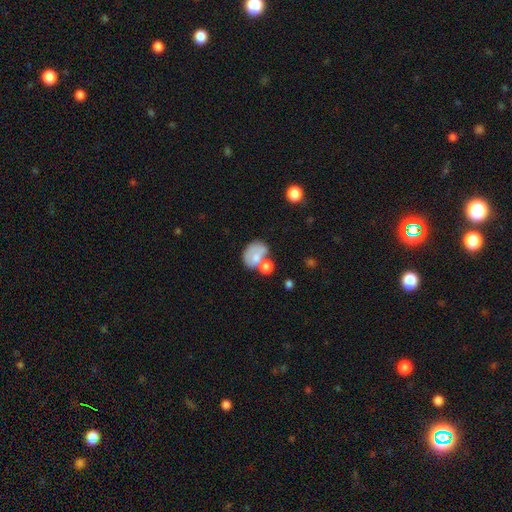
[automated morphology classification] A smooth galaxy with no disk features (65%) that is in between round and cigar-shaped (60%).

Vote fractions:
- Smooth or featured? smooth: 65% / featured or disk: 26% / star or artifact: 9%
- How rounded? in between: 60% / round: 39% / cigar-shaped: 1%
- Merging? merger: 38% / none: 33% / minor disturbance: 18% / major disturbance: 11%